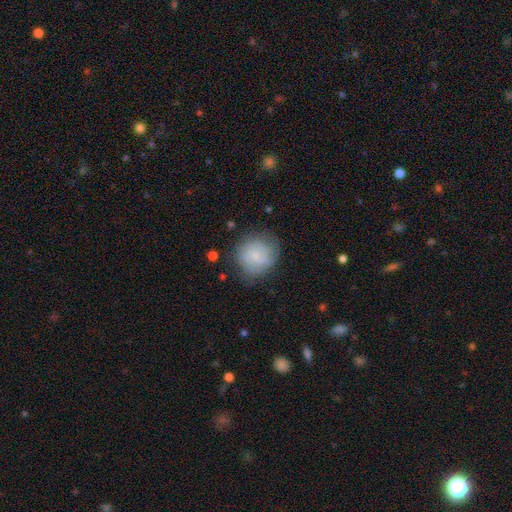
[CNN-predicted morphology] A smooth galaxy with no disk features (55%) that is round (86%).

Vote fractions:
- Smooth or featured? smooth: 55% / featured or disk: 37% / star or artifact: 8%
- How rounded? round: 86% / in between: 13% / cigar-shaped: 1%
- Merging? none: 72% / minor disturbance: 19% / major disturbance: 7% / merger: 2%